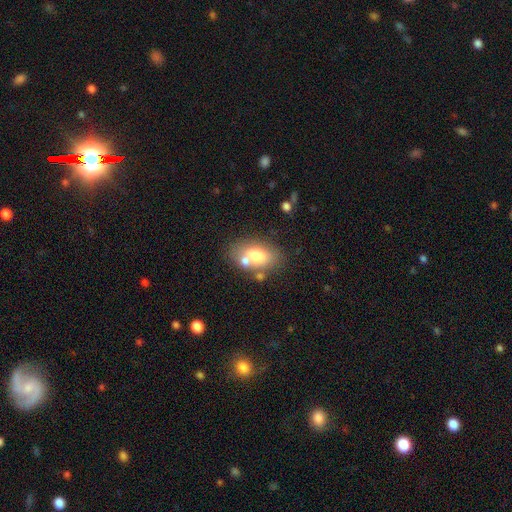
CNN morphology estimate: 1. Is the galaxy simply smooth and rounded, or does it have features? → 73% smooth, 18% featured or disk, 9% star or artifact.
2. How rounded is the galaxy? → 88% in between, 10% round, 2% cigar-shaped.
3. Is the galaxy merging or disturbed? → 58% none, 20% merger, 16% minor disturbance, 6% major disturbance.